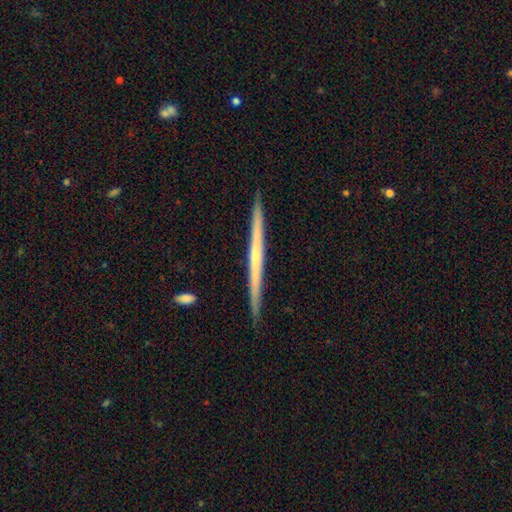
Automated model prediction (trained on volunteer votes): Smooth or featured? Predicted: featured or disk (p=0.71). Edge-on disk? Predicted: yes (p=0.98). Edge-on bulge? Predicted: none (p=0.61). Merging? Predicted: none (p=0.92).